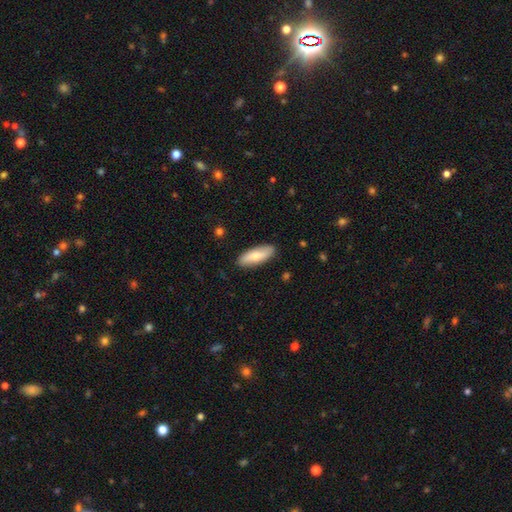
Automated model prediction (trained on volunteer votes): Smooth or featured? smooth (71%)
How rounded? in between (64%)
Merging? none (88%)